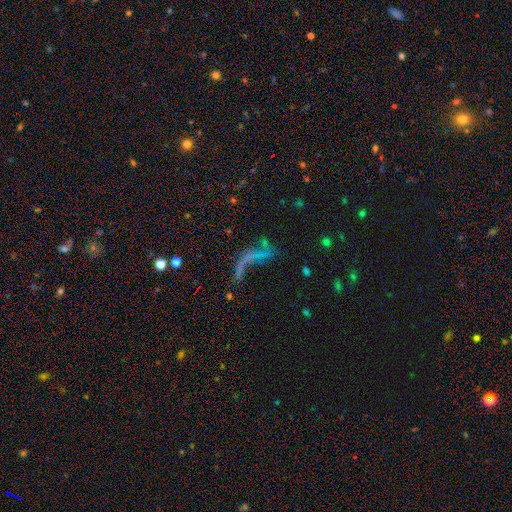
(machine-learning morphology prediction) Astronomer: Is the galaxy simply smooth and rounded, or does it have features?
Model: featured or disk — 45% (runner-up: smooth, 28%).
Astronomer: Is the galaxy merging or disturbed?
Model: major disturbance — 38% (runner-up: none, 29%).